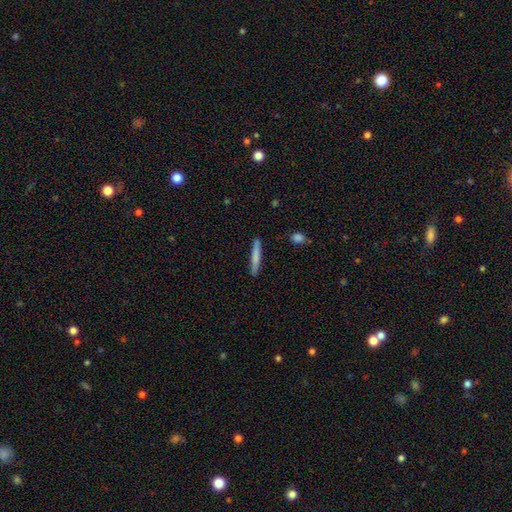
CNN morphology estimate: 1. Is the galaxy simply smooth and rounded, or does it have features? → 72% smooth, 22% featured or disk, 5% star or artifact.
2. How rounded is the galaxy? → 95% cigar-shaped, 3% in between, 1% round.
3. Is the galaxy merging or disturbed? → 88% none, 9% minor disturbance, 2% major disturbance, 2% merger.